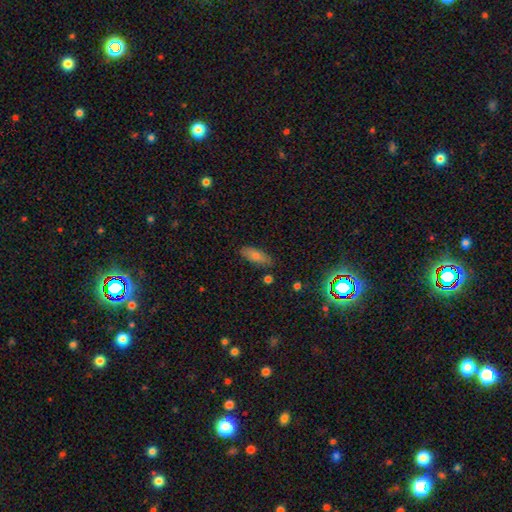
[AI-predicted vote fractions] Morphology: type=smooth (65%); roundness=in between (71%); merging=none (83%).